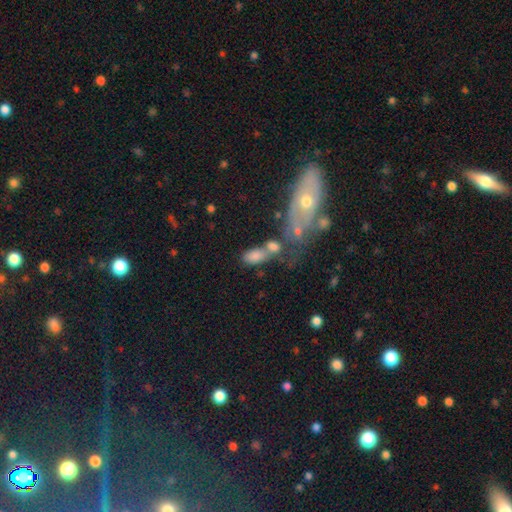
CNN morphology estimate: Overall: smooth (74%). How rounded: in between (88%). Merging: merger (44%; none 32%).